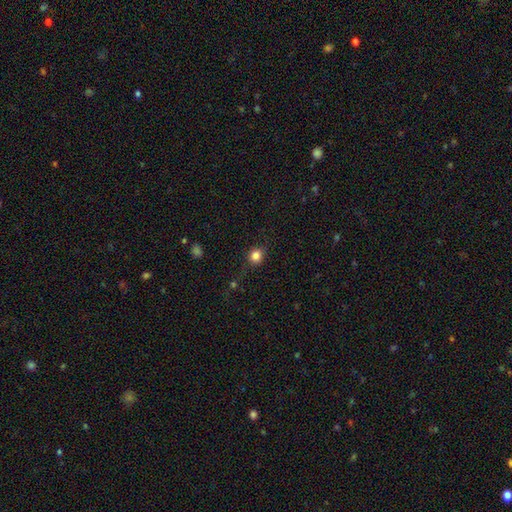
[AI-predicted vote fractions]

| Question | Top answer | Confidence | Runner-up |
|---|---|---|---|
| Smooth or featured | smooth | 83% | star or artifact (11%) |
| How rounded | round | 83% | in between (16%) |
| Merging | none | 81% | minor disturbance (13%) |